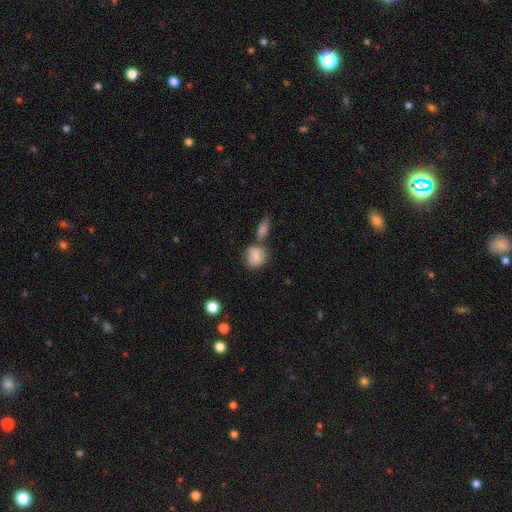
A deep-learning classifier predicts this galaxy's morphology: This appears to be a smooth galaxy with no disk features (82%) that is round (65%). Merging: none (45%).